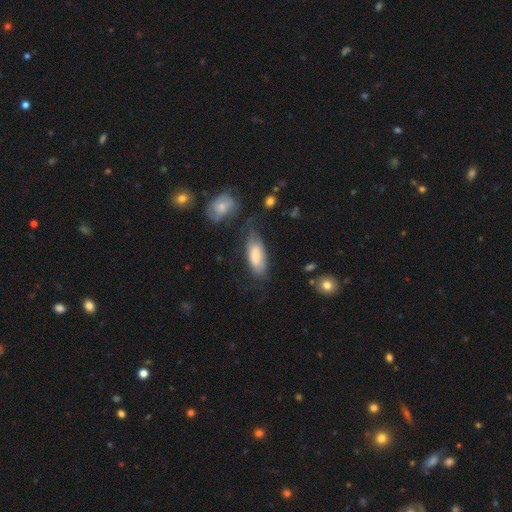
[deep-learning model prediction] smooth 74%, featured or disk 19%, star or artifact 6%. Down the decision tree: how rounded — in between (78%); merging — none (53%).